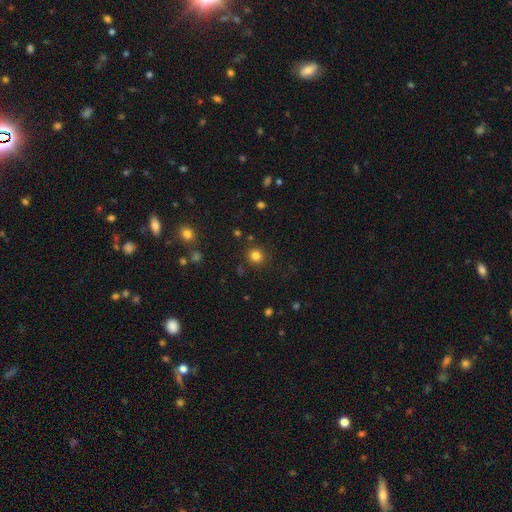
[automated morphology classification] A smooth galaxy with no disk features (82%) that is round (92%).

Vote fractions:
- Smooth or featured? smooth: 82% / star or artifact: 14% / featured or disk: 5%
- How rounded? round: 92% / in between: 7% / cigar-shaped: 1%
- Merging? none: 88% / minor disturbance: 7% / major disturbance: 3% / merger: 2%